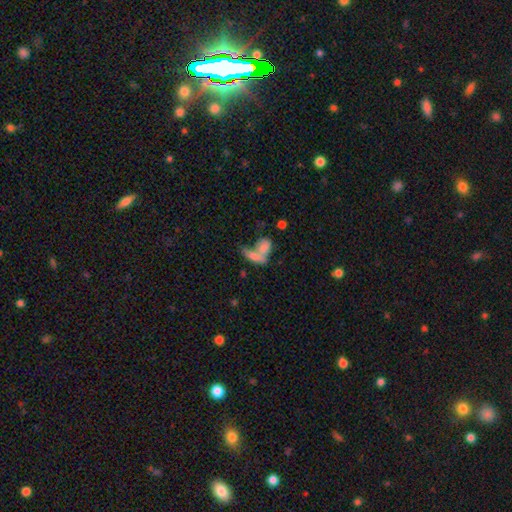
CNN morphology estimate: This is likely a smooth galaxy (68%). How rounded: likely in between (72%). Merging: likely merger (62%).